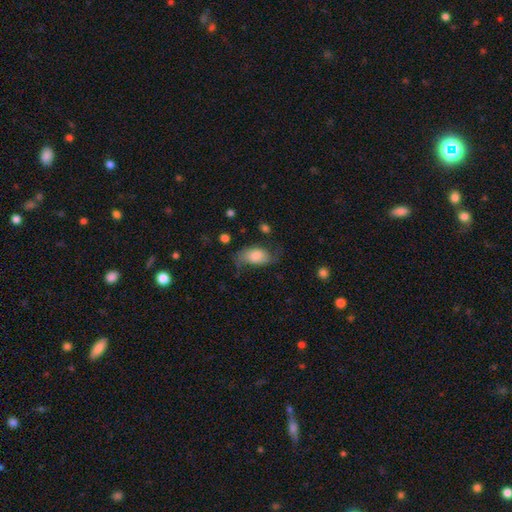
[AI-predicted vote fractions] Smooth or featured: smooth — 67% (featured or disk — 25%)
How rounded: in between — 92% (round — 5%)
Merging: none — 48% (minor disturbance — 31%)